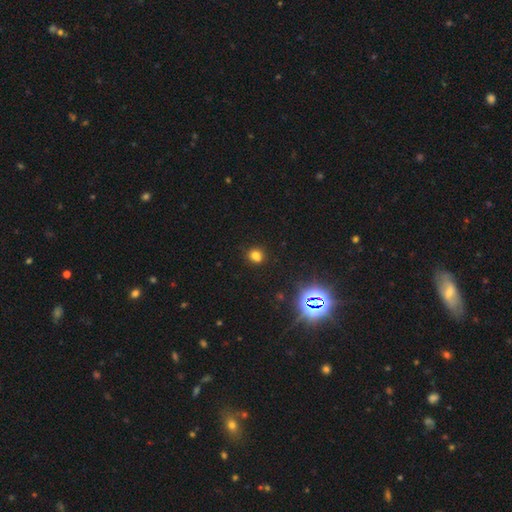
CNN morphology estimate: Smooth or featured?
  - smooth: 74% *
  - star or artifact: 20%
  - featured or disk: 6%
How rounded?
  - round: 78% *
  - in between: 21%
  - cigar-shaped: 1%
Merging?
  - none: 83% *
  - minor disturbance: 10%
  - merger: 5%
  - major disturbance: 3%